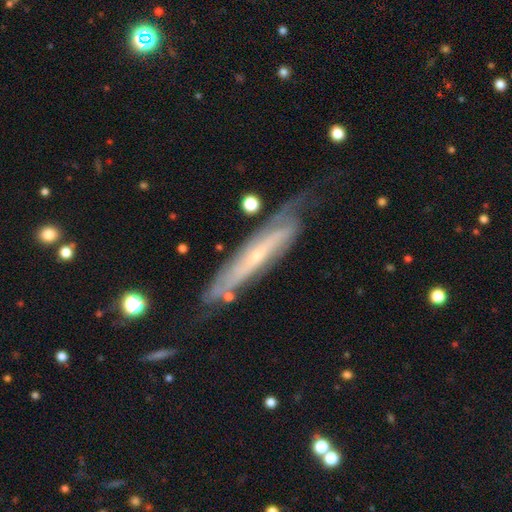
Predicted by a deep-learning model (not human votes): Q: Smooth or featured?
A: featured or disk (77%); runner-up: smooth (17%)
Q: Edge-on disk?
A: no (52%); runner-up: yes (48%)
Q: Merging?
A: none (63%); runner-up: minor disturbance (24%)